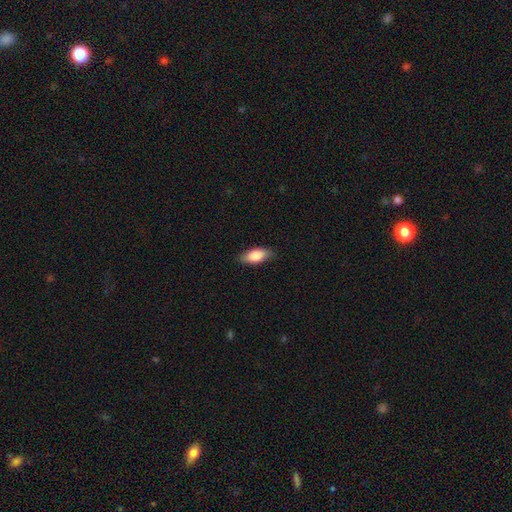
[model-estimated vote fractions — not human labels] This appears to be a smooth galaxy with no disk features (82%) that is in between round and cigar-shaped (85%). Merging: none (84%).